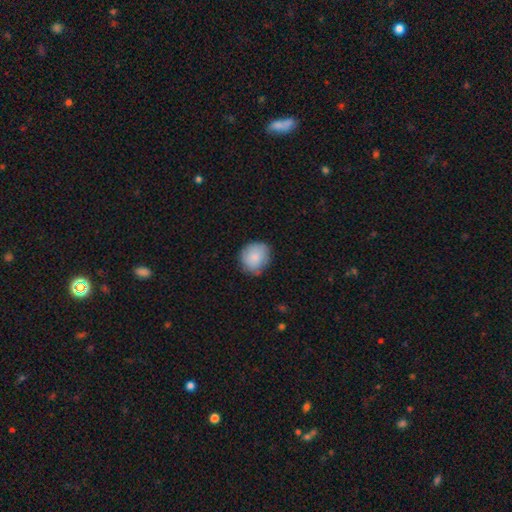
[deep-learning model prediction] The model was most divided on "how rounded": round: 77%, in between: 22%, cigar-shaped: 1%. More confident: smooth or featured — smooth (83%); merging — none (77%).